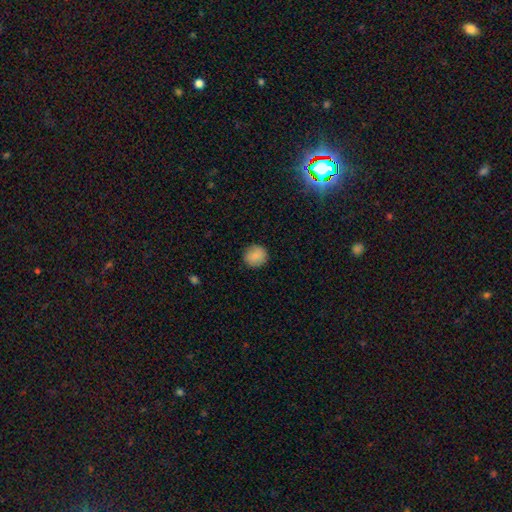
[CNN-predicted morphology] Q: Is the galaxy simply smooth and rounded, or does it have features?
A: smooth — 88%.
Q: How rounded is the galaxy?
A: round — 89%.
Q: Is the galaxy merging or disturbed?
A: none — 90%.